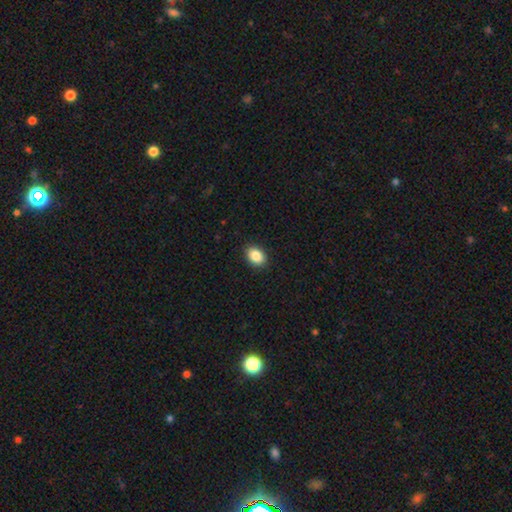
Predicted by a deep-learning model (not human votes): A smooth galaxy with no disk features (87%) that is in between round and cigar-shaped (79%).

Vote fractions:
- Smooth or featured? smooth: 87% / star or artifact: 8% / featured or disk: 5%
- How rounded? in between: 79% / round: 20% / cigar-shaped: 1%
- Merging? none: 90% / minor disturbance: 7% / major disturbance: 2% / merger: 1%